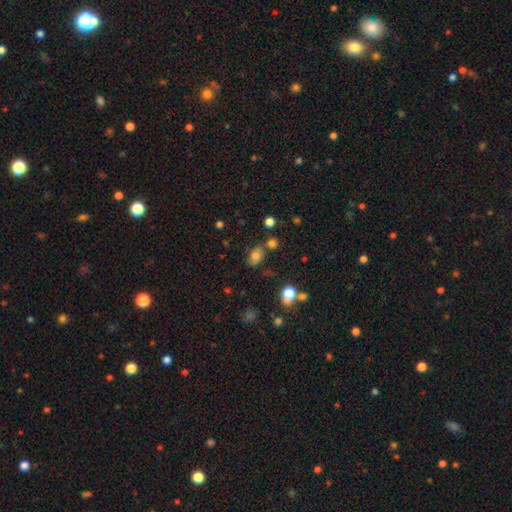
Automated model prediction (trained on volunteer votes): smooth_or_featured: smooth (p=0.68) [alt: featured or disk p=0.16]
how_rounded: in between (p=0.75) [alt: round p=0.23]
merging: none (p=0.59) [alt: minor disturbance p=0.20]